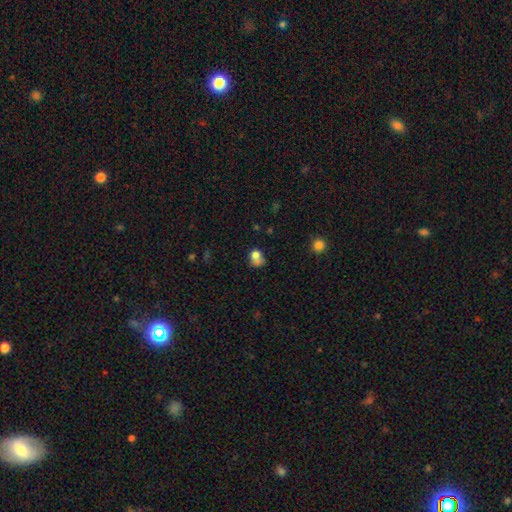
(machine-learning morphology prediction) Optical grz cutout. It shows a smooth galaxy with no disk features (74%) that is round (60%). Merging: none (35%).